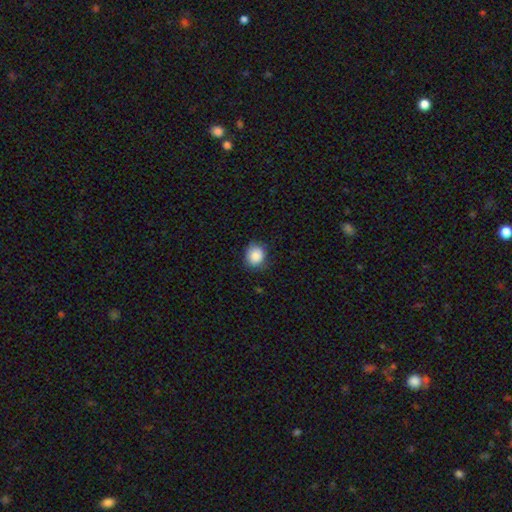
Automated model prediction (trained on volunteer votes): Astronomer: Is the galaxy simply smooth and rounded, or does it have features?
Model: smooth — 88%.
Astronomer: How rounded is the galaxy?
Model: round — 73%.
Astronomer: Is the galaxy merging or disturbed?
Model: none — 78%.